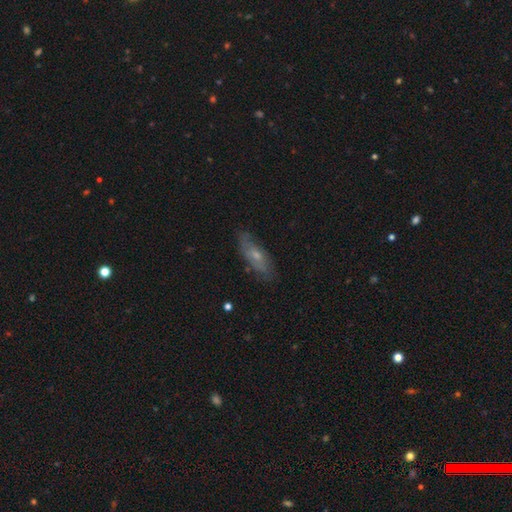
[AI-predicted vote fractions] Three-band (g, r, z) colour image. It shows a featured or disk galaxy (47%). Merging: none (75%).